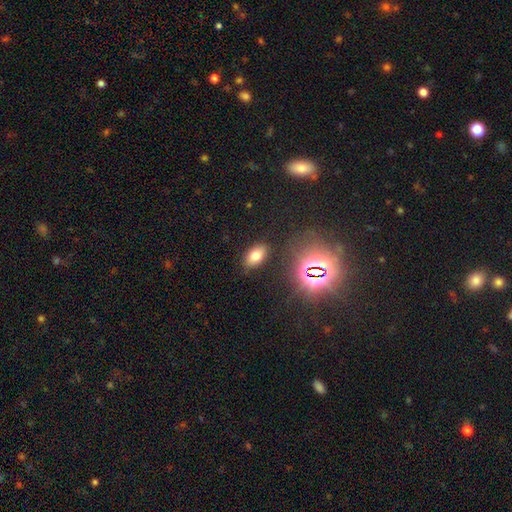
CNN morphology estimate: smooth-or-featured: smooth: 71% | star or artifact: 18% | featured or disk: 12%
  how-rounded: in between: 90% | round: 7% | cigar-shaped: 3%
  merging: none: 84% | minor disturbance: 10% | major disturbance: 3% | merger: 2%